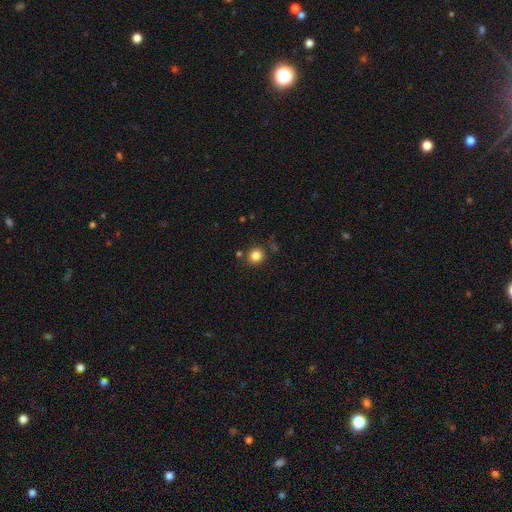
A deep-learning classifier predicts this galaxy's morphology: smooth 83%, star or artifact 12%, featured or disk 5%. Down the decision tree: how rounded — round (86%); merging — none (82%).